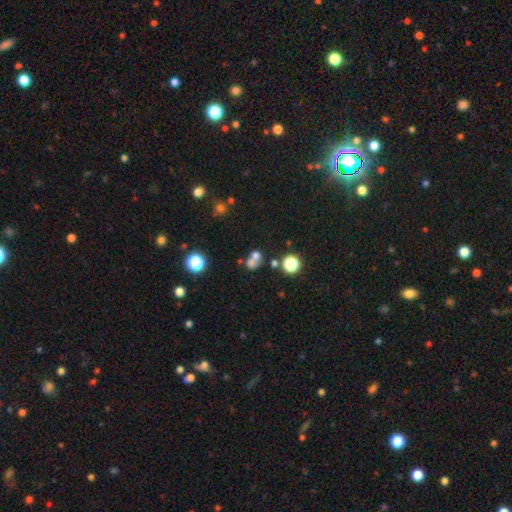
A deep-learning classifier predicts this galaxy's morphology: A smooth galaxy with no disk features (64%) that is round (67%). Merging: merger (57%).